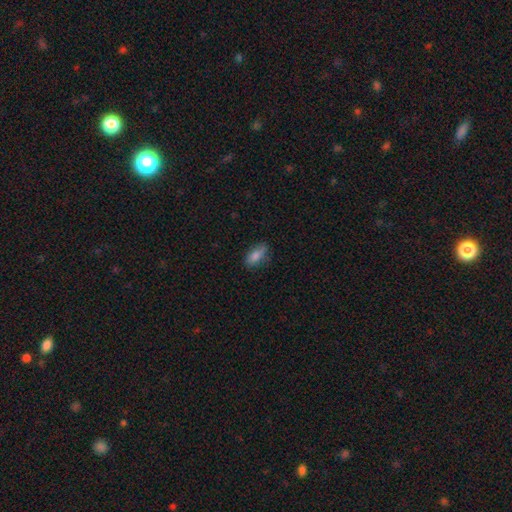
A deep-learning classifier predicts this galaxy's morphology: smooth-or-featured: smooth: 80% | featured or disk: 12% | star or artifact: 8%
  how-rounded: in between: 76% | cigar-shaped: 20% | round: 4%
  merging: none: 76% | minor disturbance: 19% | major disturbance: 4% | merger: 1%